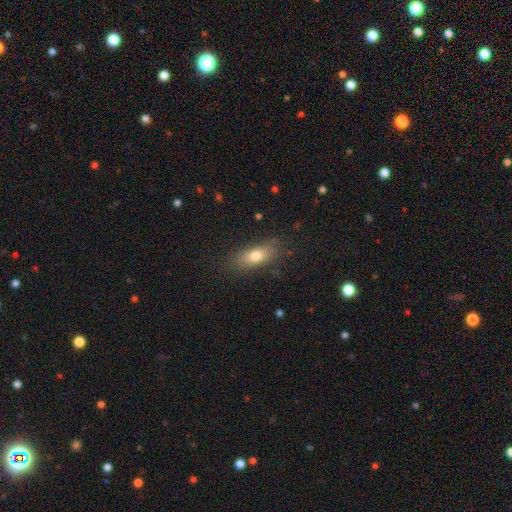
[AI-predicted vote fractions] Smooth or featured? Predicted: smooth (p=0.74). How rounded? Predicted: in between (p=0.73). Merging? Predicted: none (p=0.81).